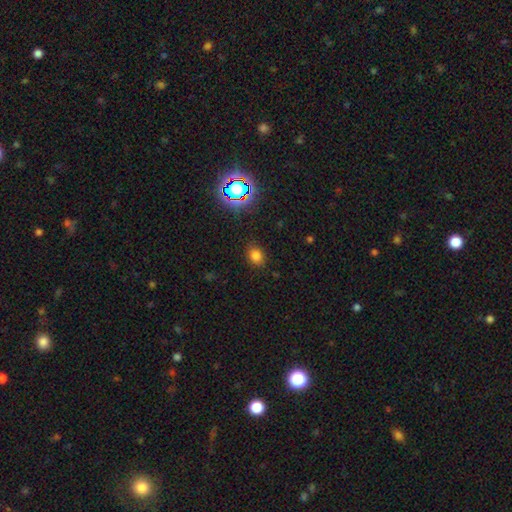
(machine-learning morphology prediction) type=smooth (75%); roundness=in between (53%); merging=none (84%).